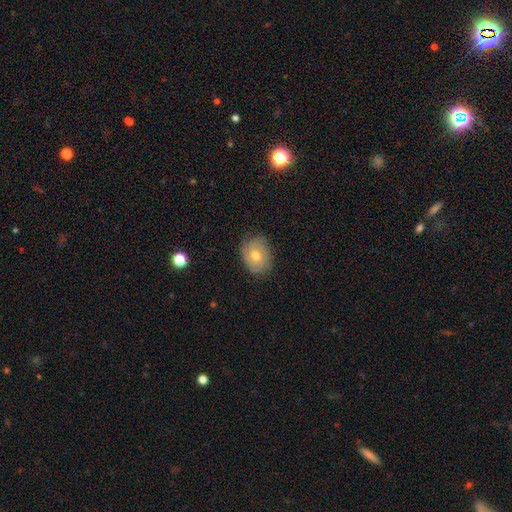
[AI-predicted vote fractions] Overall: featured or disk (46%; smooth 44%). Merging: none (78%).